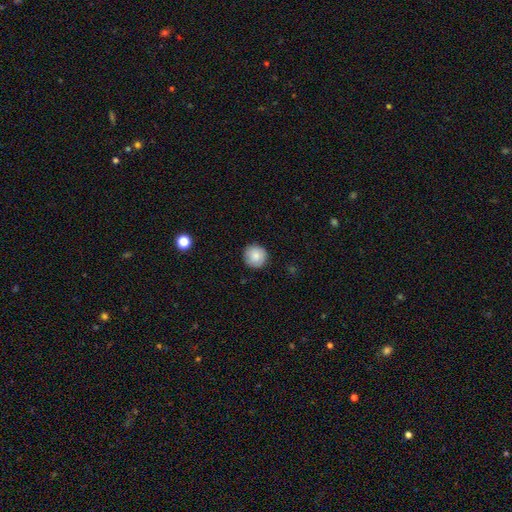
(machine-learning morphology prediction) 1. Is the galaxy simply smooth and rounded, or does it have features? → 85% smooth, 8% featured or disk, 8% star or artifact.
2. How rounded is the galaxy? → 94% round, 5% in between, 1% cigar-shaped.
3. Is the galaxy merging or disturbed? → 89% none, 8% minor disturbance, 2% major disturbance, 1% merger.